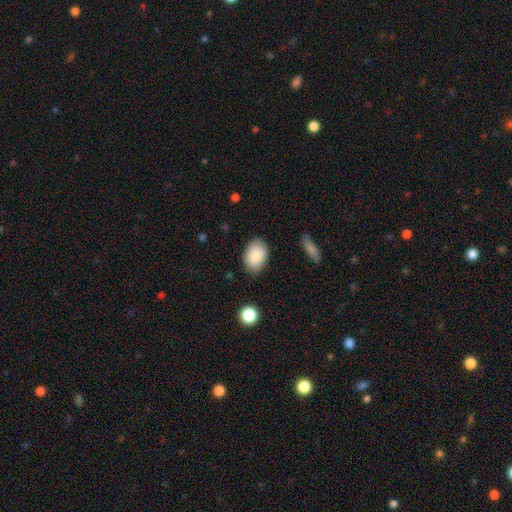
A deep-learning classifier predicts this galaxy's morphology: This is clearly a smooth galaxy (88%). How rounded: clearly in between (86%). Merging: clearly none (83%).